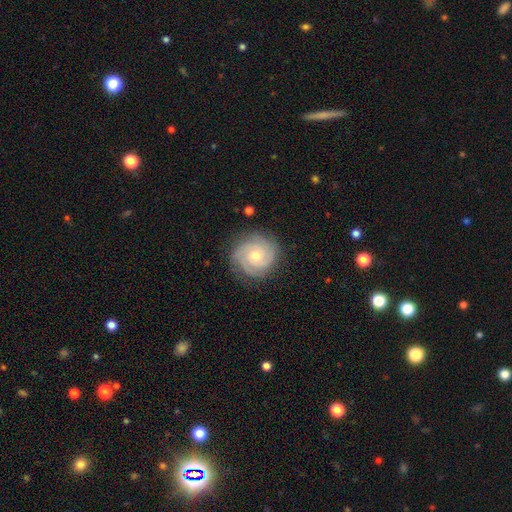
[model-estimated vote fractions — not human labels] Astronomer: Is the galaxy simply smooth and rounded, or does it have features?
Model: featured or disk — 82%.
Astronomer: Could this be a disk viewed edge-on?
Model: no — 98%.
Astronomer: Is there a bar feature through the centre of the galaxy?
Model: no — 76%.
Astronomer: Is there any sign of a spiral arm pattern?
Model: yes — 97%.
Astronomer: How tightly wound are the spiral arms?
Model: tight — 72%.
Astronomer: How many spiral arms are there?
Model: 3 — 44%.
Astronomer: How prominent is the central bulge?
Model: moderate — 54% (runner-up: small, 43%).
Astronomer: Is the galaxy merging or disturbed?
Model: none — 84%.